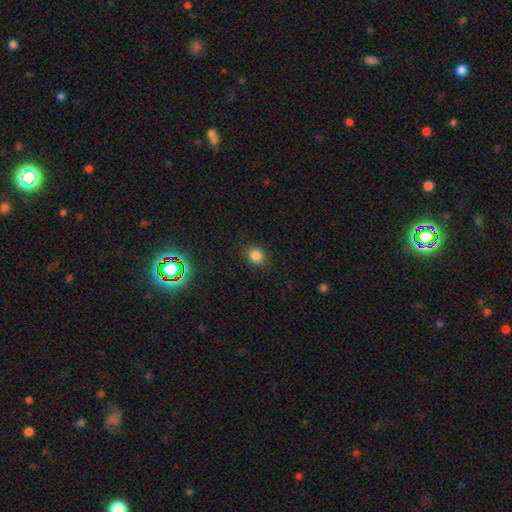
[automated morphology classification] Smooth or featured?
  - smooth: 81% *
  - star or artifact: 14%
  - featured or disk: 5%
How rounded?
  - round: 76% *
  - in between: 23%
  - cigar-shaped: 1%
Merging?
  - none: 87% *
  - minor disturbance: 9%
  - major disturbance: 3%
  - merger: 1%